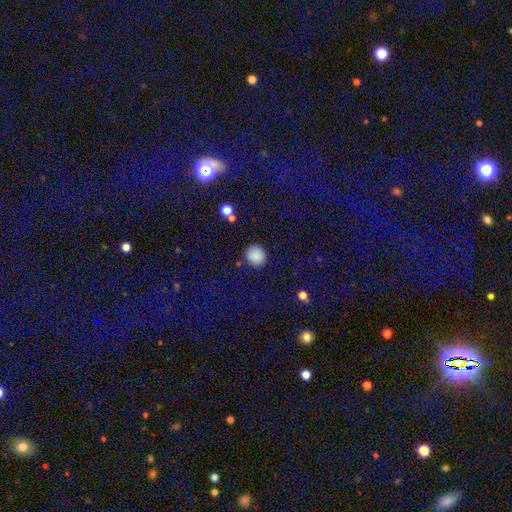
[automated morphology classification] A smooth galaxy with no disk features (87%) that is round (84%). Merging: none (88%).